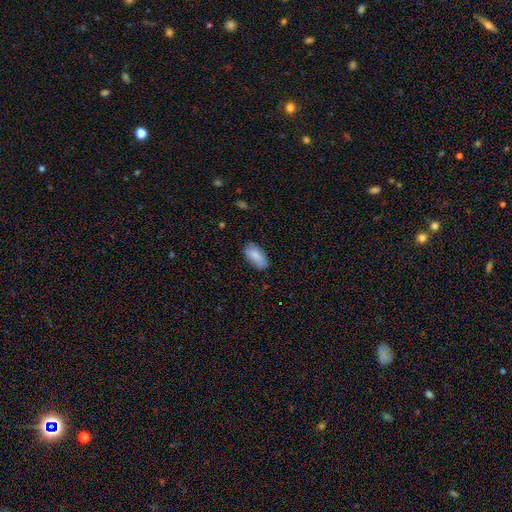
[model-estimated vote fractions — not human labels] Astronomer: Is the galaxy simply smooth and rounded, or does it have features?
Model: smooth — 85%.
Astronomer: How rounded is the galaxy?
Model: in between — 93%.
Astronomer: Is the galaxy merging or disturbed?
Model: none — 76%.